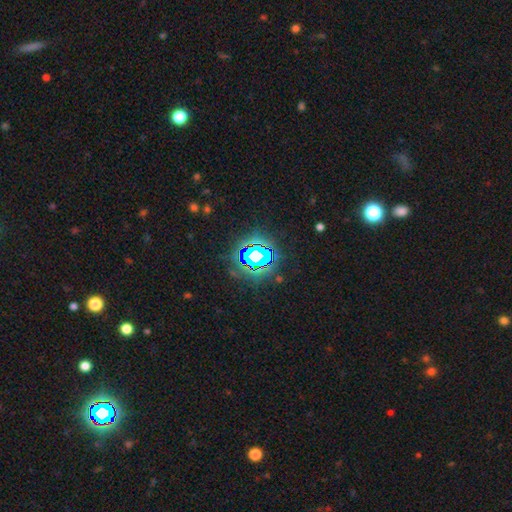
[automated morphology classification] Smooth or featured?
  - star or artifact: 78% *
  - smooth: 13%
  - featured or disk: 9%